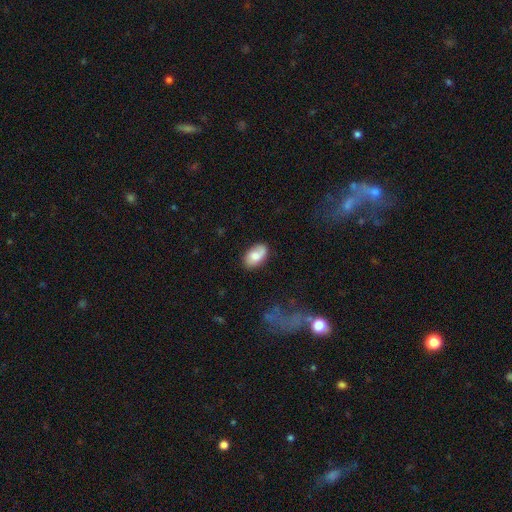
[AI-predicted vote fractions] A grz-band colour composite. It shows a smooth galaxy with no disk features (73%) that is in between round and cigar-shaped (93%). Merging: none (73%).